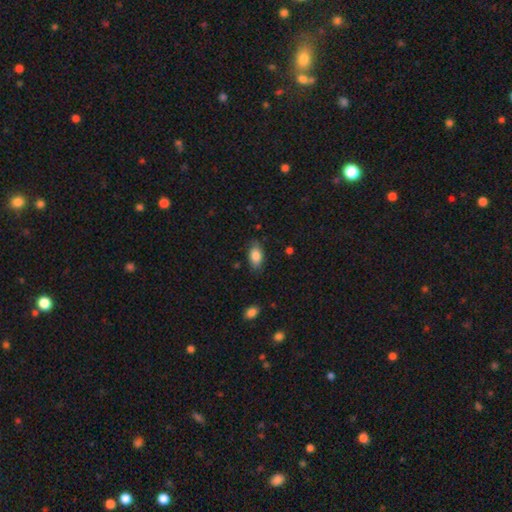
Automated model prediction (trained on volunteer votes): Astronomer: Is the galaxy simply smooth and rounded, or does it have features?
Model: smooth — 84%.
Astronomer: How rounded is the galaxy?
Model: in between — 91%.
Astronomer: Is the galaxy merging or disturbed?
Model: none — 81%.